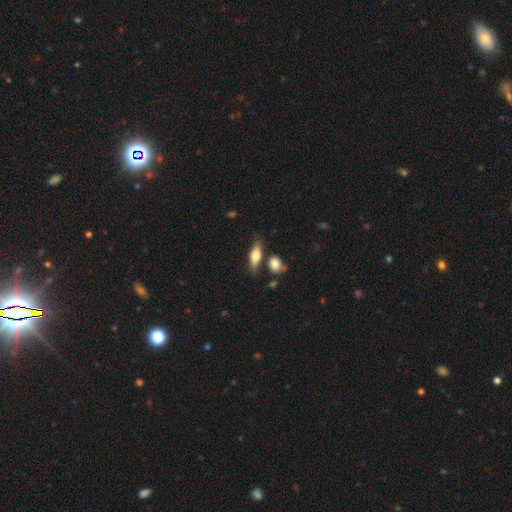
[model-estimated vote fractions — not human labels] Smooth or featured? Predicted: smooth (p=0.60). How rounded? Predicted: in between (p=0.62). Merging? Predicted: none (p=0.72).